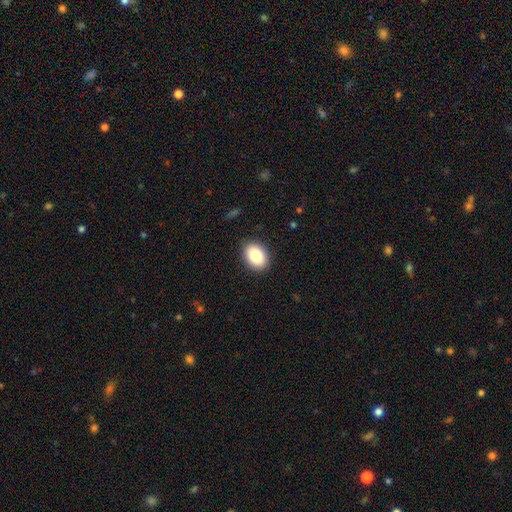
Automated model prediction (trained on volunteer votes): Q: Smooth or featured?
A: smooth (83%); runner-up: featured or disk (9%)
Q: How rounded?
A: in between (75%); runner-up: round (24%)
Q: Merging?
A: none (89%); runner-up: minor disturbance (8%)